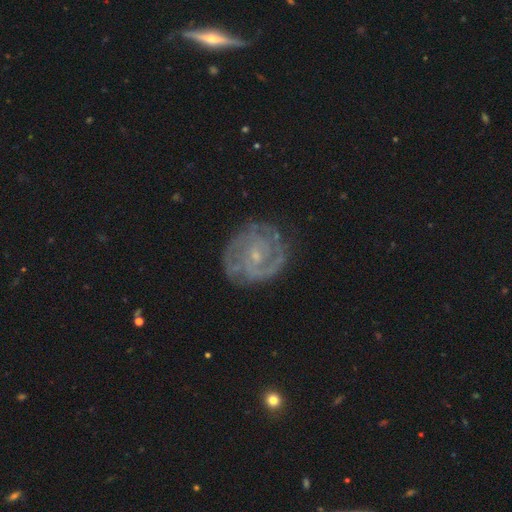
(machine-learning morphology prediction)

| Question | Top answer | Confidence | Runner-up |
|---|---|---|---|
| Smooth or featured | featured or disk | 81% | smooth (10%) |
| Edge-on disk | no | 97% | yes (3%) |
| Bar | no | 58% | weak (34%) |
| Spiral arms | yes | 92% | no (8%) |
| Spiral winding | tight | 62% | medium (30%) |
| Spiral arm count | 2 | 38% | can't tell (28%) |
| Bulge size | small | 78% | moderate (16%) |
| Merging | none | 78% | minor disturbance (15%) |